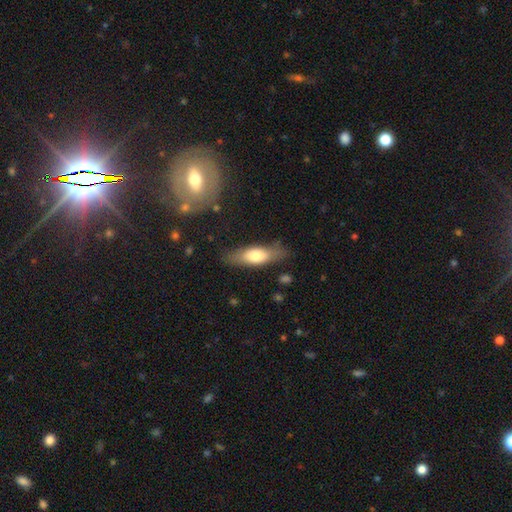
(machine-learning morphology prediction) Smooth or featured: smooth — 66% (featured or disk — 28%)
How rounded: in between — 59% (cigar-shaped — 39%)
Merging: none — 76% (minor disturbance — 17%)